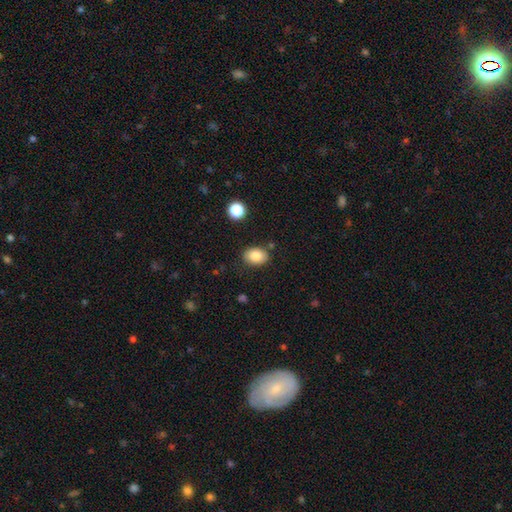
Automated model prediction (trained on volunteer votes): Smooth or featured: smooth — 83% (star or artifact — 9%)
How rounded: in between — 74% (round — 25%)
Merging: none — 84% (minor disturbance — 11%)